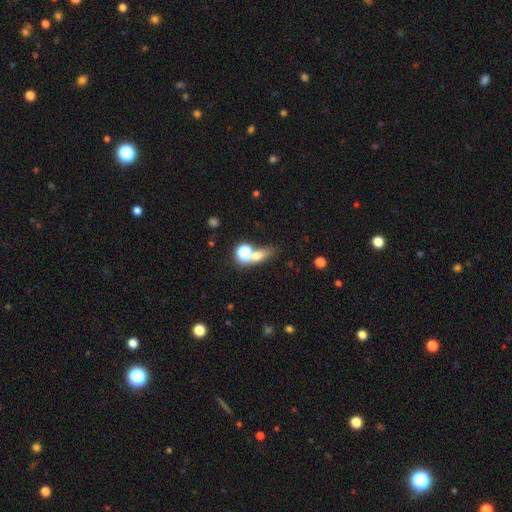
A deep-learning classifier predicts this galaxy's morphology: Smooth or featured? smooth (60%)
How rounded? in between (44%)
Merging? none (50%)